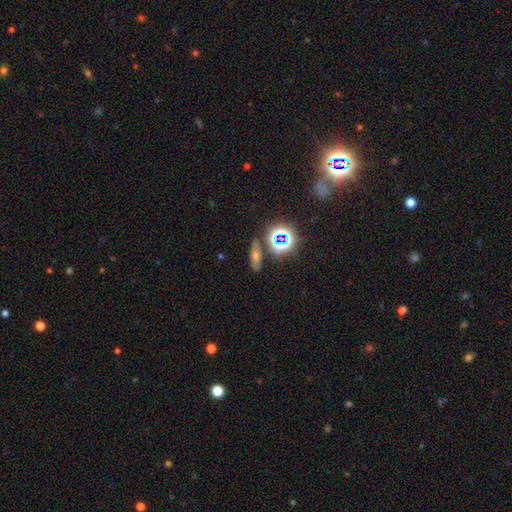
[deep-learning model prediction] A star or artifact, not a galaxy (39%).